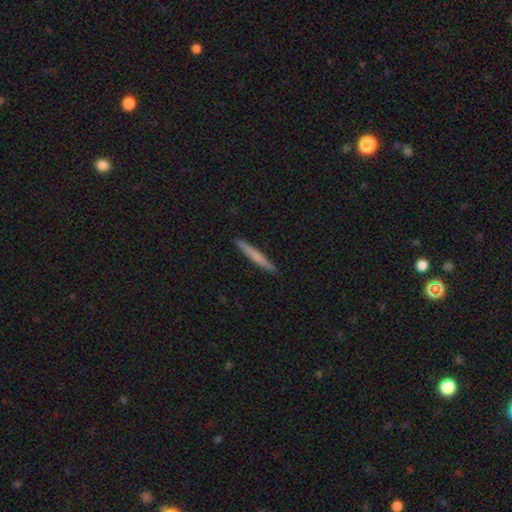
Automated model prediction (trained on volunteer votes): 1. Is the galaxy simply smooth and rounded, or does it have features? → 63% smooth, 32% featured or disk, 5% star or artifact.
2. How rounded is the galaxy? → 97% cigar-shaped, 2% in between, 1% round.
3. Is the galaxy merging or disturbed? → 92% none, 5% minor disturbance, 1% major disturbance, 1% merger.